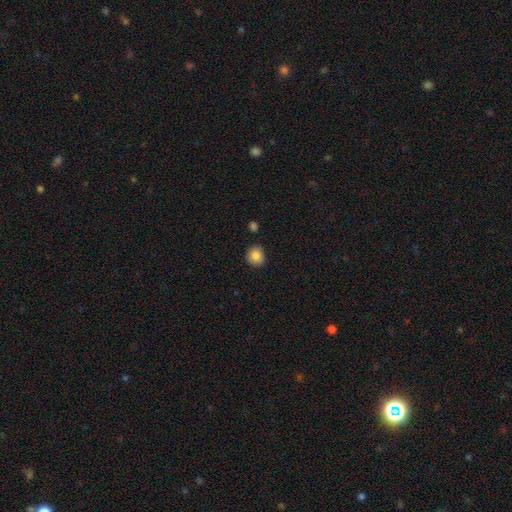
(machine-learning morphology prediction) This is clearly a smooth galaxy (84%). How rounded: clearly round (84%). Merging: clearly none (85%).